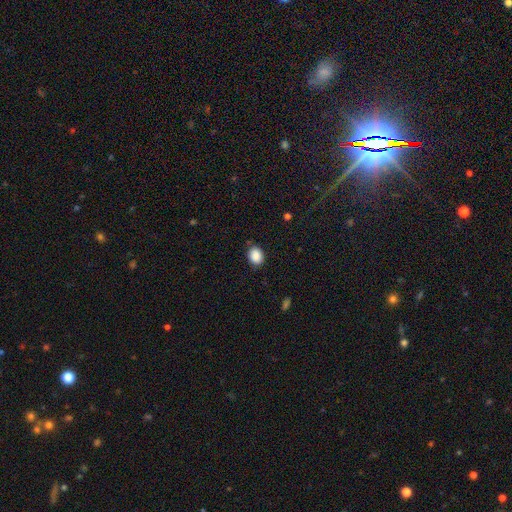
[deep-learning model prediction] Smooth or featured? smooth (89%)
How rounded? in between (54%)
Merging? none (82%)